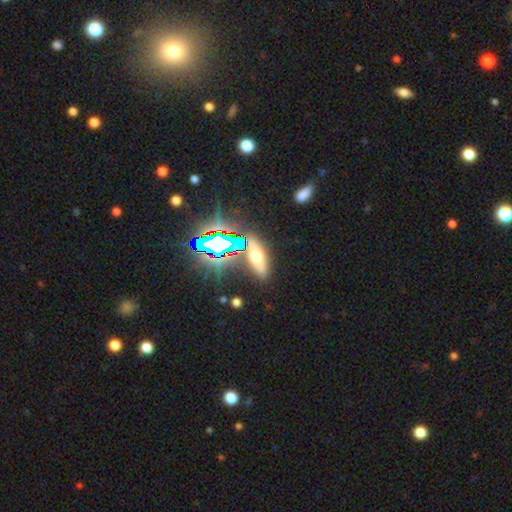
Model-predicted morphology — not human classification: Smooth or featured? Predicted: smooth (p=0.45). Merging? Predicted: none (p=0.77).